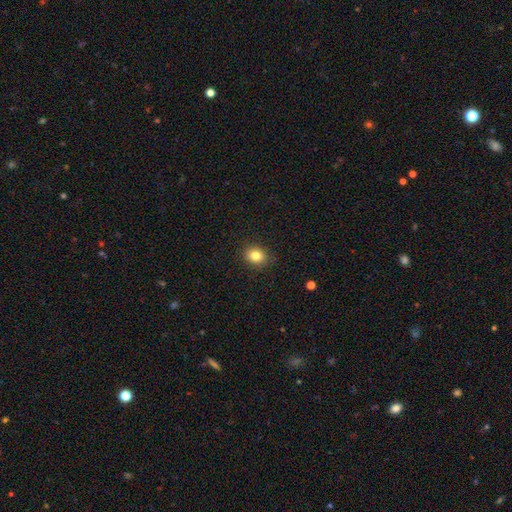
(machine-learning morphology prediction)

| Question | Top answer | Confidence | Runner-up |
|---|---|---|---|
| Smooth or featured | smooth | 82% | star or artifact (11%) |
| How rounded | round | 61% | in between (38%) |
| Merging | none | 89% | minor disturbance (8%) |